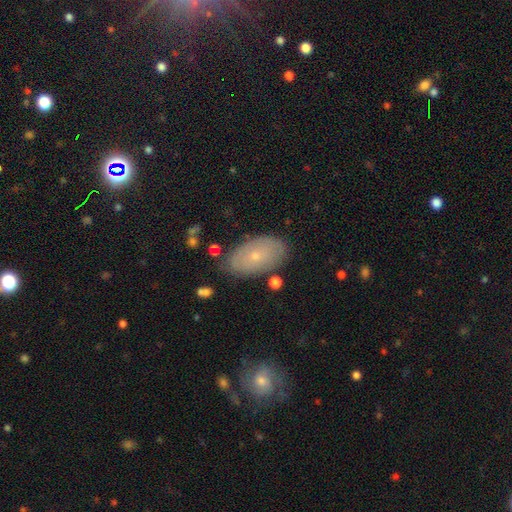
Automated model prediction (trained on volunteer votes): Q: Smooth or featured?
A: smooth (58%); runner-up: featured or disk (33%)
Q: How rounded?
A: in between (94%); runner-up: round (5%)
Q: Merging?
A: none (80%); runner-up: minor disturbance (15%)